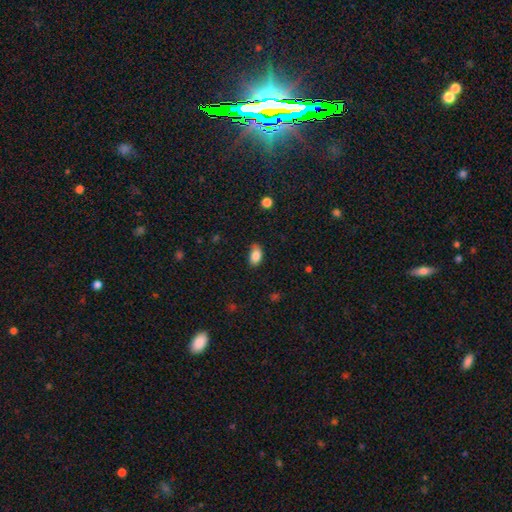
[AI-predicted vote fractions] Overall: smooth (86%). How rounded: in between (91%). Merging: none (71%).